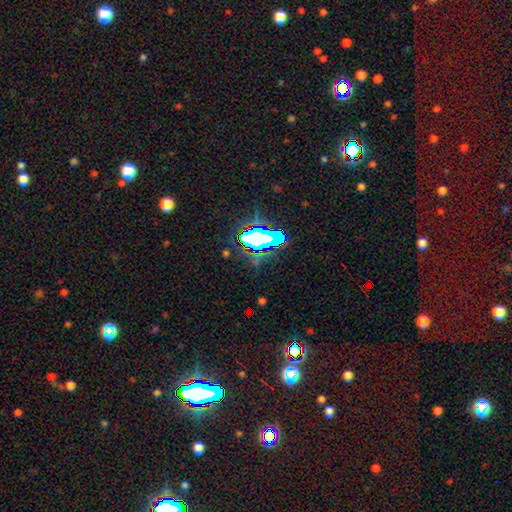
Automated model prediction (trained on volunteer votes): The model was most divided on "smooth or featured": star or artifact: 73%, smooth: 14%, featured or disk: 12%.